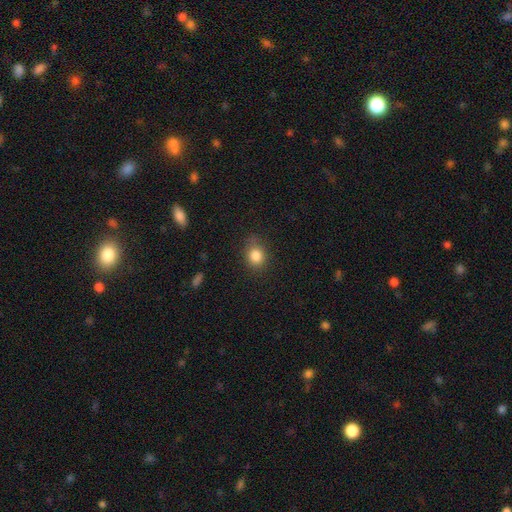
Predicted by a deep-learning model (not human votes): Smooth or featured? smooth (84%)
How rounded? round (56%)
Merging? none (75%)